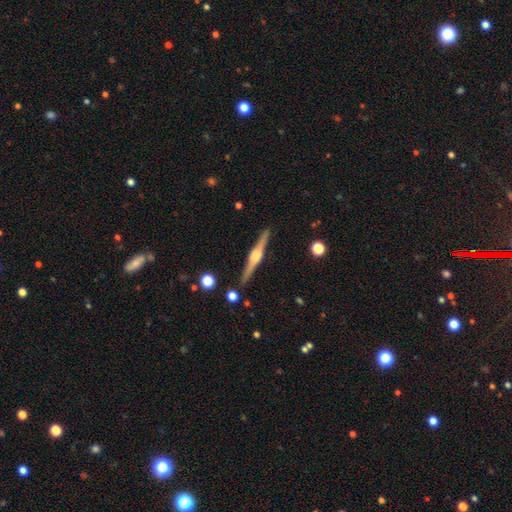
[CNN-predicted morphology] smooth-or-featured: featured or disk: 83% | smooth: 12% | star or artifact: 5%
  disk-edge-on: yes: 98% | no: 2%
    edge-on-bulge: rounded: 88% | boxy: 9% | none: 3%
  merging: none: 91% | minor disturbance: 6% | merger: 2% | major disturbance: 1%